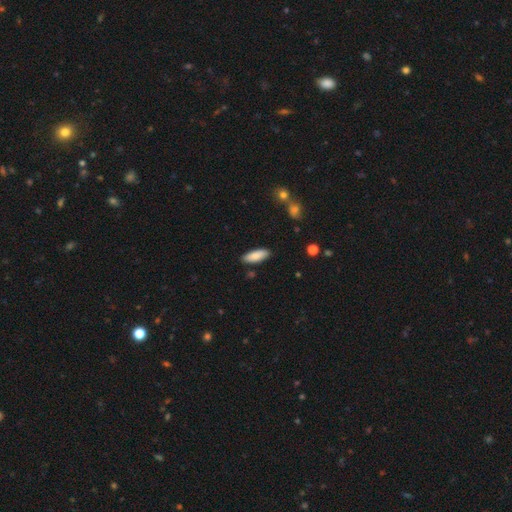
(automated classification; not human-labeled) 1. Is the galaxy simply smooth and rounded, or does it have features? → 83% smooth, 11% featured or disk, 6% star or artifact.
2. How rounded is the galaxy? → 67% in between, 31% cigar-shaped, 2% round.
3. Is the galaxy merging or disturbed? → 88% none, 9% minor disturbance, 2% major disturbance, 2% merger.